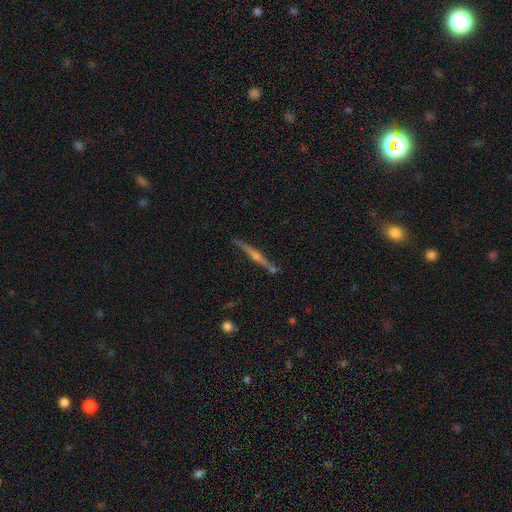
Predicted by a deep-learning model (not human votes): Overall: featured or disk (84%). Edge-on disk: yes (98%). Edge-on bulge: rounded (88%). Merging: none (88%).